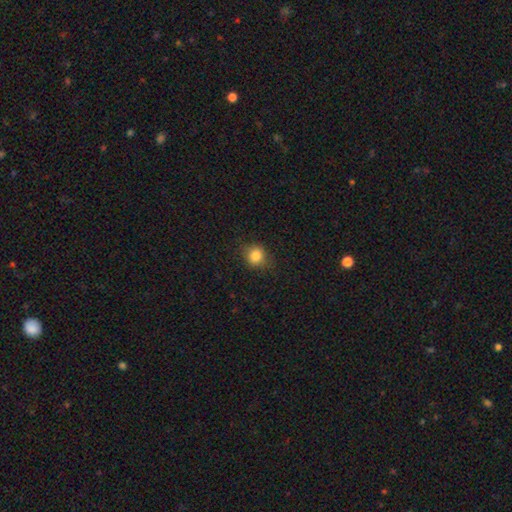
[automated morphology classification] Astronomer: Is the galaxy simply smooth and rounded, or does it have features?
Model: smooth — 83%.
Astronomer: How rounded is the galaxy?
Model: round — 79%.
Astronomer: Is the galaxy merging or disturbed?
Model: none — 81%.